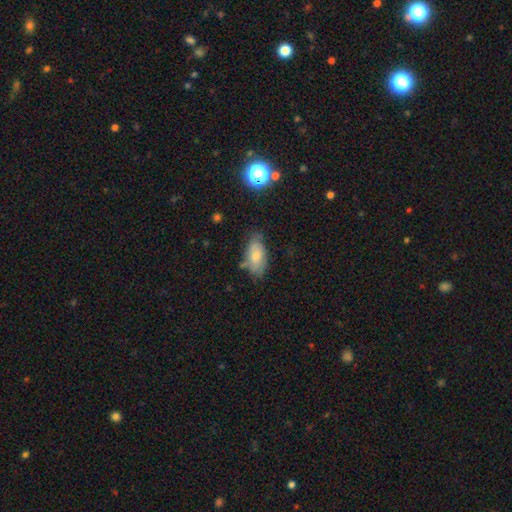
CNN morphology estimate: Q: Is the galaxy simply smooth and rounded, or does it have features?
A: smooth — 72%.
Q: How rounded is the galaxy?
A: in between — 92%.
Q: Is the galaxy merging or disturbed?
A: none — 59%.